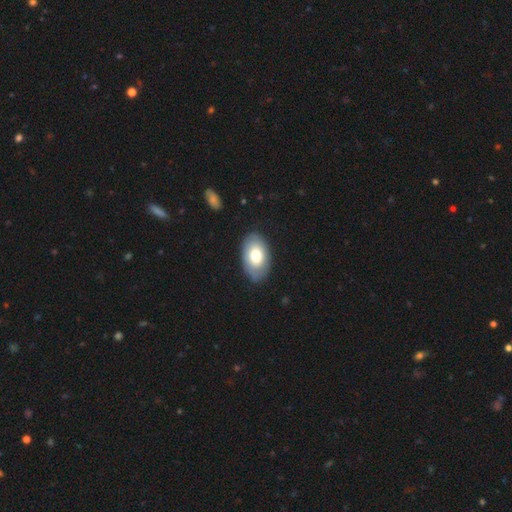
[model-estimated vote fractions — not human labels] Q: Smooth or featured?
A: smooth (69%); runner-up: featured or disk (24%)
Q: How rounded?
A: in between (92%); runner-up: round (6%)
Q: Merging?
A: none (82%); runner-up: minor disturbance (14%)